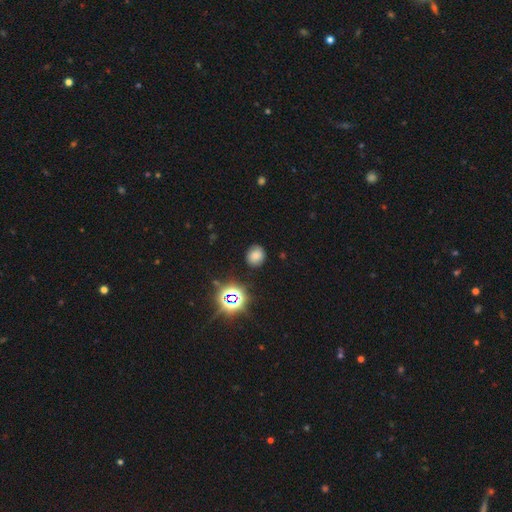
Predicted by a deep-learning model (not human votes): Smooth or featured? smooth (69%)
How rounded? round (76%)
Merging? none (82%)